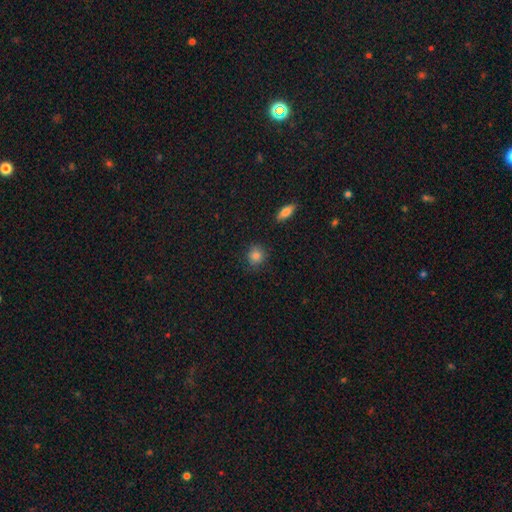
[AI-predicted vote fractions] Smooth or featured? Predicted: smooth (p=0.85). How rounded? Predicted: round (p=0.83). Merging? Predicted: none (p=0.84).